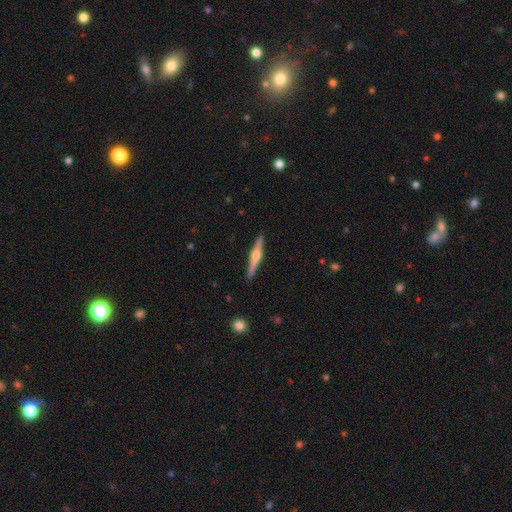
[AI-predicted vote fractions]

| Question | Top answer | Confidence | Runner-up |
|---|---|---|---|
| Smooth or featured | featured or disk | 75% | smooth (20%) |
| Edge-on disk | yes | 98% | no (2%) |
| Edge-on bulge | rounded | 92% | boxy (5%) |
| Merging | none | 91% | minor disturbance (6%) |